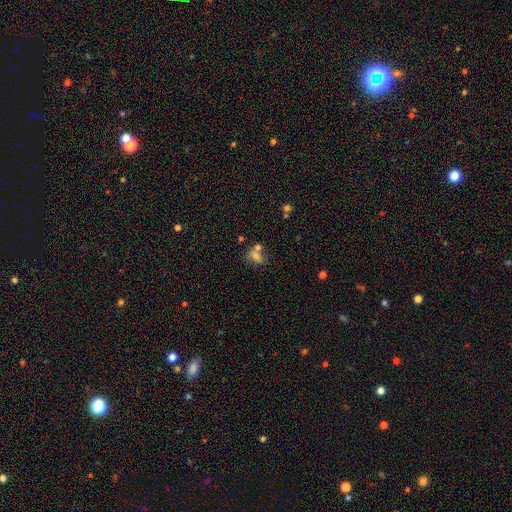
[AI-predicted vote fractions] Q: Smooth or featured?
A: smooth (63%); runner-up: featured or disk (20%)
Q: How rounded?
A: in between (73%); runner-up: round (21%)
Q: Merging?
A: none (44%); runner-up: merger (30%)